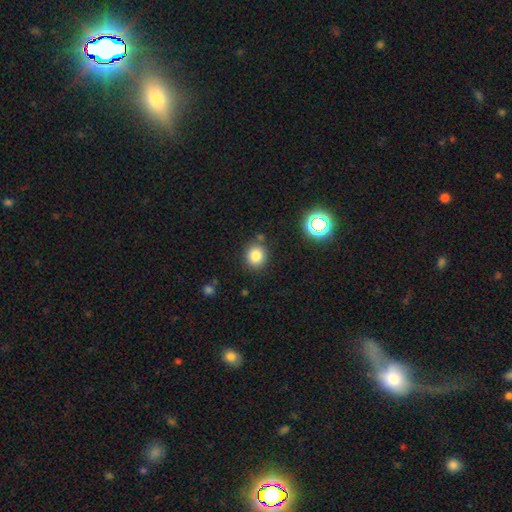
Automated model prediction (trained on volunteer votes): Smooth or featured? Predicted: smooth (p=0.80). How rounded? Predicted: round (p=0.80). Merging? Predicted: none (p=0.83).